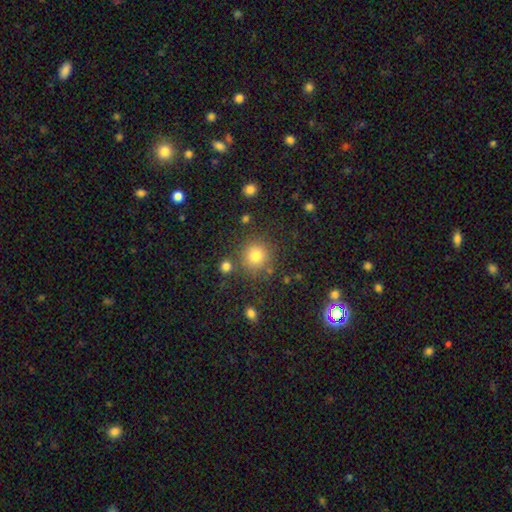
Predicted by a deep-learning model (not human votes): Overall: smooth (79%). How rounded: round (93%). Merging: none (81%).